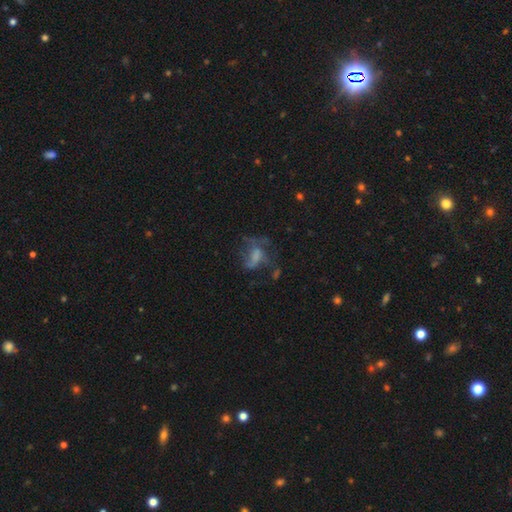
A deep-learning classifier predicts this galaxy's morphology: Smooth or featured: featured or disk — 51% (smooth — 33%)
Edge-on disk: no — 97% (yes — 3%)
Merging: major disturbance — 43% (none — 34%)